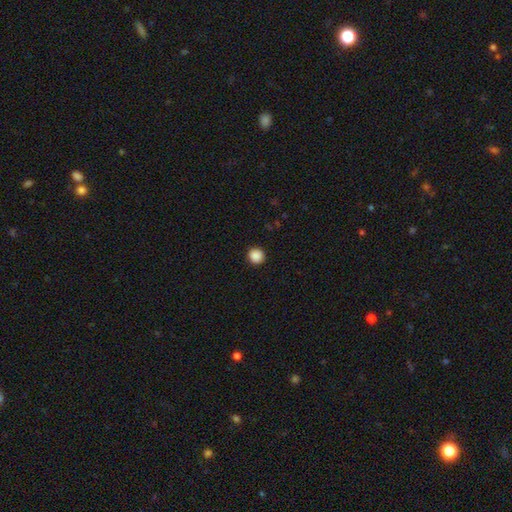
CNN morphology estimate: type=smooth (89%); roundness=round (93%); merging=none (92%).